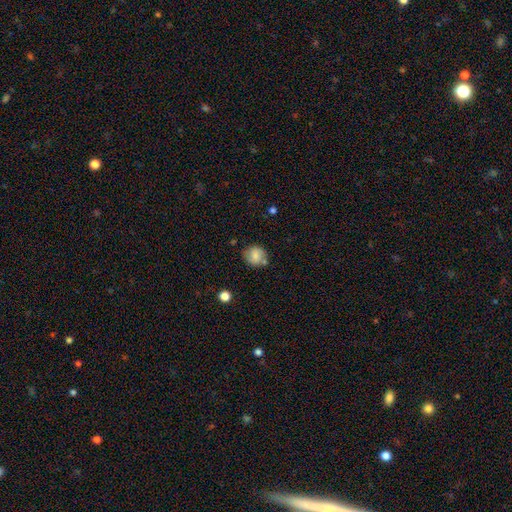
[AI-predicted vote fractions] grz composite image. It shows a smooth galaxy with no disk features (78%) that is round (82%). Merging: none (71%).